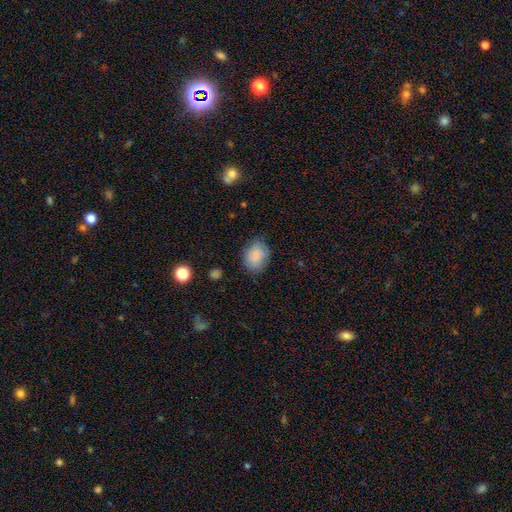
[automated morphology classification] smooth_or_featured: smooth (p=0.80) [alt: featured or disk p=0.12]
how_rounded: in between (p=0.60) [alt: round p=0.39]
merging: none (p=0.75) [alt: minor disturbance p=0.19]